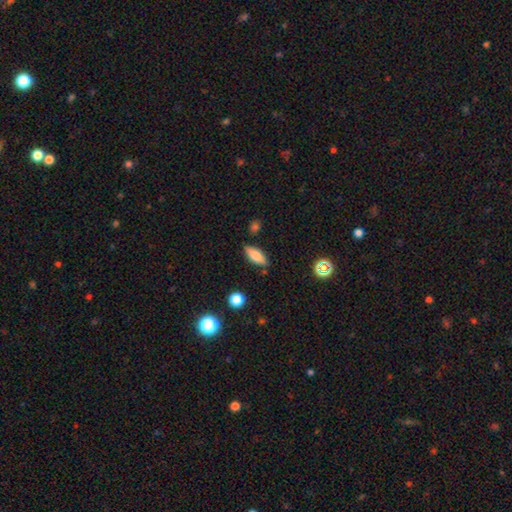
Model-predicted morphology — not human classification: Q: Smooth or featured?
A: smooth (71%); runner-up: featured or disk (20%)
Q: How rounded?
A: in between (69%); runner-up: cigar-shaped (28%)
Q: Merging?
A: none (80%); runner-up: minor disturbance (14%)